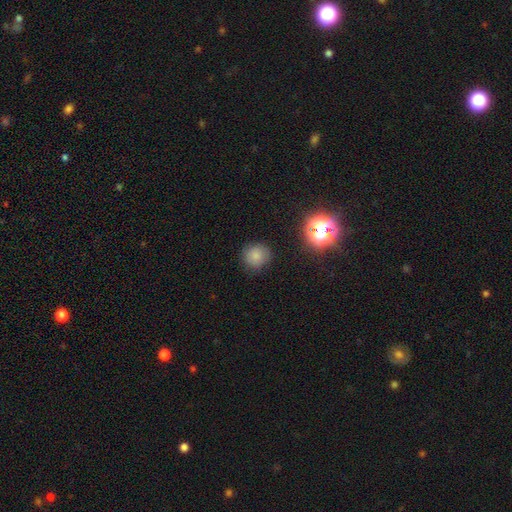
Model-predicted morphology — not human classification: A smooth galaxy with no disk features (78%) that is round (90%). Merging: none (84%).